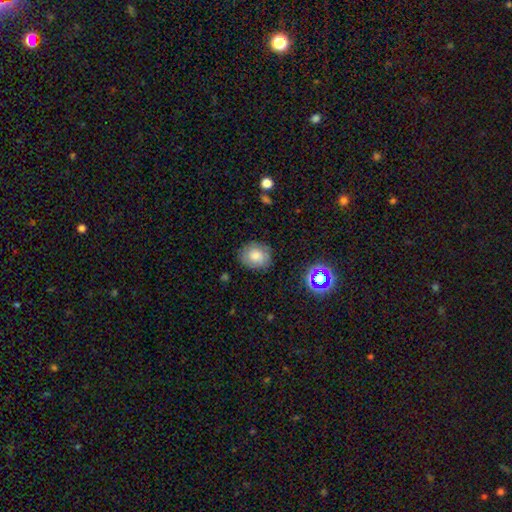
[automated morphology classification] Smooth or featured: smooth — 69% (featured or disk — 20%)
How rounded: round — 71% (in between — 28%)
Merging: none — 80% (minor disturbance — 14%)